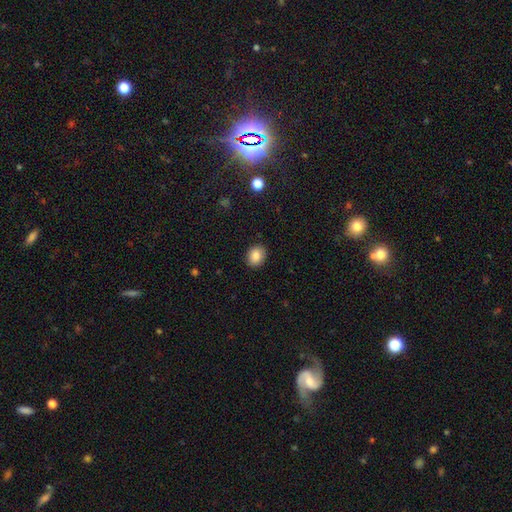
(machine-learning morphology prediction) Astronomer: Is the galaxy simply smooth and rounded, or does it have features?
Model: smooth — 86%.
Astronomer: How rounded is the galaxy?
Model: round — 58% (runner-up: in between, 42%).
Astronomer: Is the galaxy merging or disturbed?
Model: none — 89%.